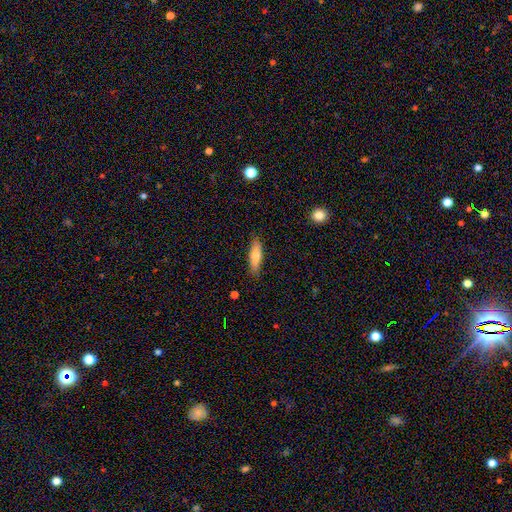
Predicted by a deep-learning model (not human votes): Smooth or featured?
  - smooth: 76% *
  - featured or disk: 18%
  - star or artifact: 6%
How rounded?
  - cigar-shaped: 61% *
  - in between: 38%
  - round: 2%
Merging?
  - none: 83% *
  - minor disturbance: 13%
  - major disturbance: 2%
  - merger: 1%